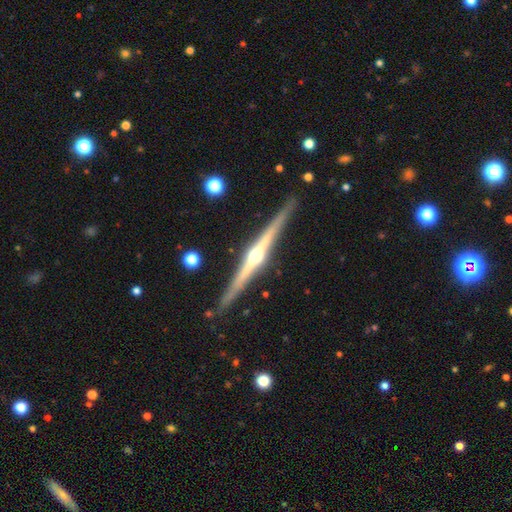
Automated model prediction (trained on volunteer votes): A featured or disk galaxy (85%) viewed edge-on (98%) with a rounded central bulge (94%). Merging: none (88%).